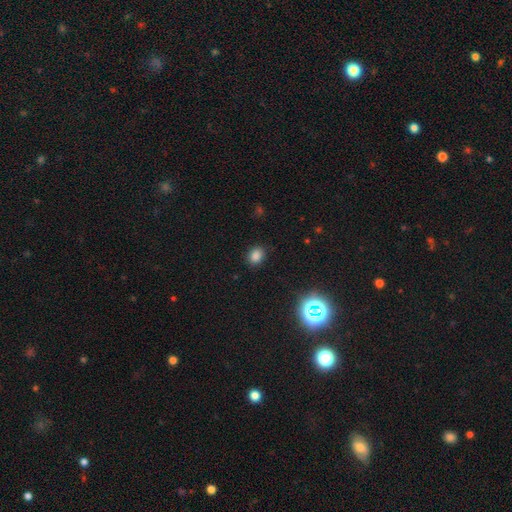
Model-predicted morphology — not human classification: Smooth or featured? Predicted: smooth (p=0.81). How rounded? Predicted: in between (p=0.51). Merging? Predicted: none (p=0.86).